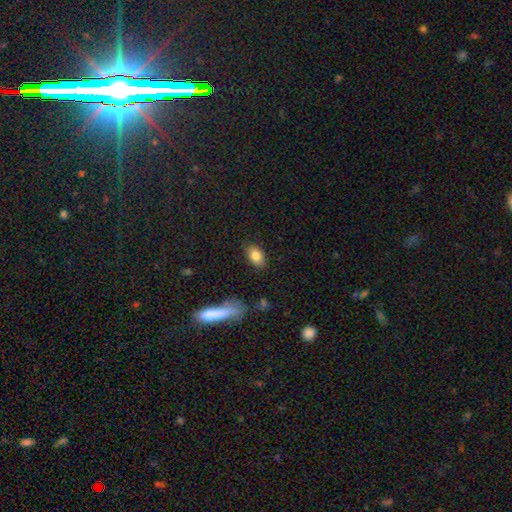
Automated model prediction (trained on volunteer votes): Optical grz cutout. It shows a smooth galaxy with no disk features (83%) that is in between round and cigar-shaped (86%). Merging: none (85%).